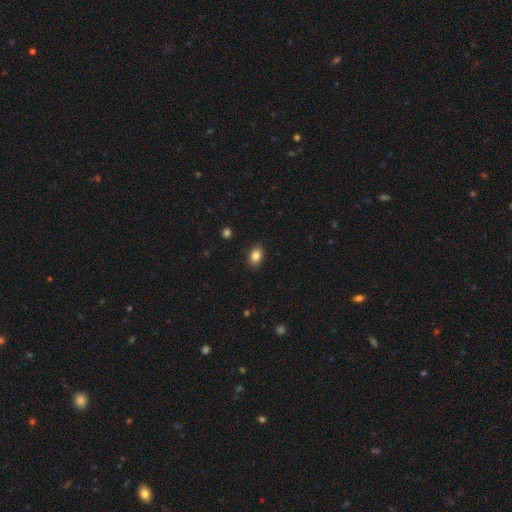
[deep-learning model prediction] This is clearly a smooth galaxy (85%). How rounded: likely in between (78%). Merging: clearly none (88%).